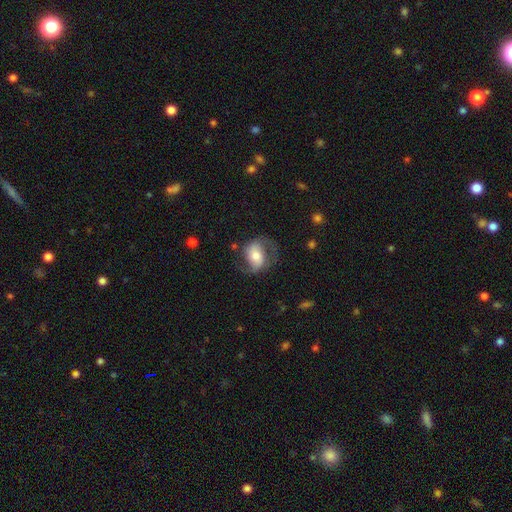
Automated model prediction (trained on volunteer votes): This appears to be a featured or disk galaxy (67%) with no bar (46%), 2 (87%) medium (45%) spiral arms (89%) and a moderate central bulge (58%). Merging: none (62%).